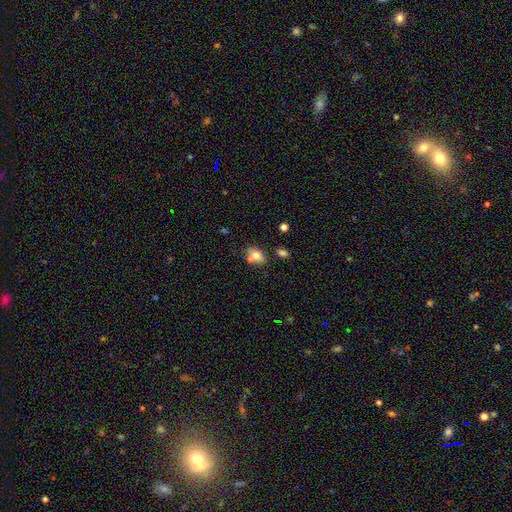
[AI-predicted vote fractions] This is likely a smooth galaxy (74%). How rounded: likely in between (78%). Merging: possibly none (56%).